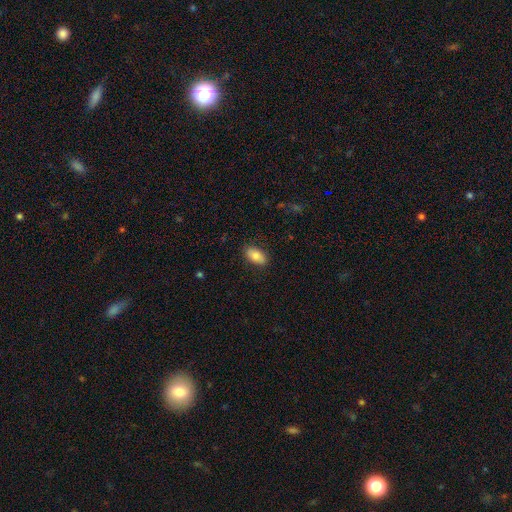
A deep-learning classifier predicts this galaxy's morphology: Smooth or featured? smooth (83%)
How rounded? in between (93%)
Merging? none (87%)